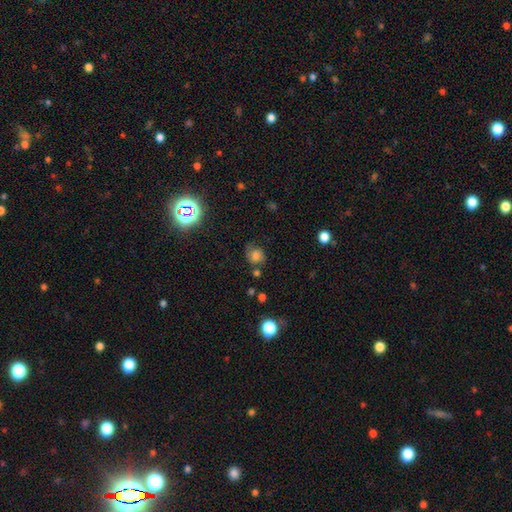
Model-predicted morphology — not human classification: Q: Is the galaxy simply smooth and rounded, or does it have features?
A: smooth — 52%.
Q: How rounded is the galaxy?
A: round — 68%.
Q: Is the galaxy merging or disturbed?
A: none — 57%.